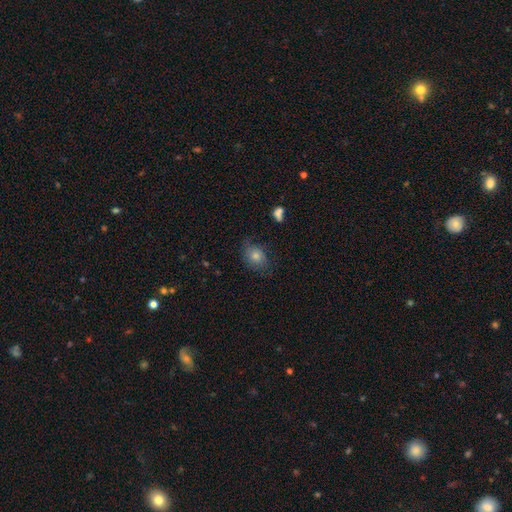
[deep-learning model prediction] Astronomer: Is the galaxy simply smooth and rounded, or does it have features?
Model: smooth — 66%.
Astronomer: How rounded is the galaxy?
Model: round — 51% (runner-up: in between, 47%).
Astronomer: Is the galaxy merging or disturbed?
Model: none — 71%.